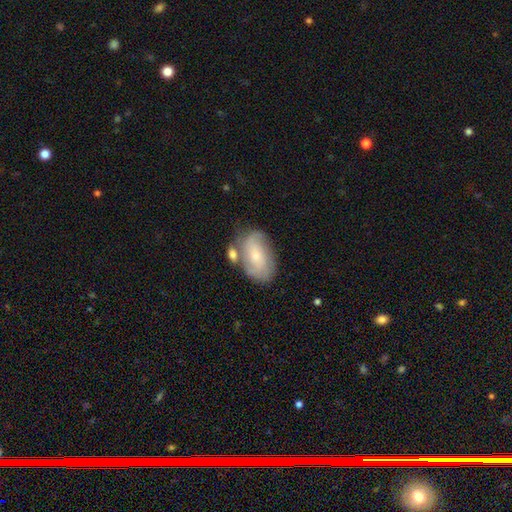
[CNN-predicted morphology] smooth-or-featured: featured or disk: 57% | smooth: 36% | star or artifact: 7%
  disk-edge-on: no: 95% | yes: 5%
    bar: no: 63% | weak: 31% | strong: 6%
    has-spiral-arms: yes: 83% | no: 17%
    bulge-size: small: 55% | moderate: 36% | none: 4% | large: 3% | dominant: 1%
  merging: none: 55% | minor disturbance: 20% | merger: 17% | major disturbance: 8%